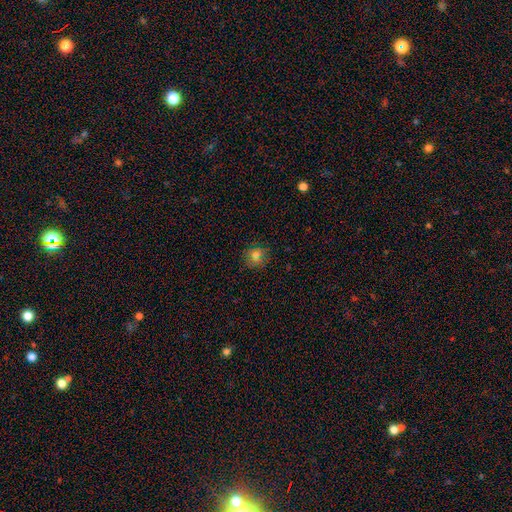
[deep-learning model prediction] This is likely a smooth galaxy (77%). How rounded: clearly round (88%). Merging: clearly none (85%).